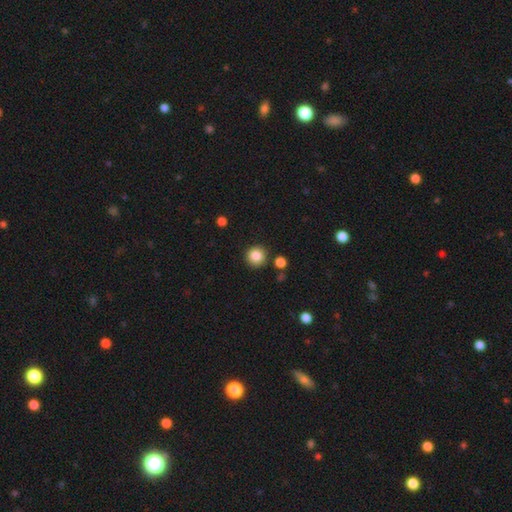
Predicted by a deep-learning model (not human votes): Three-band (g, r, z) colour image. It shows a smooth galaxy with no disk features (86%) that is round (94%). Merging: none (87%).